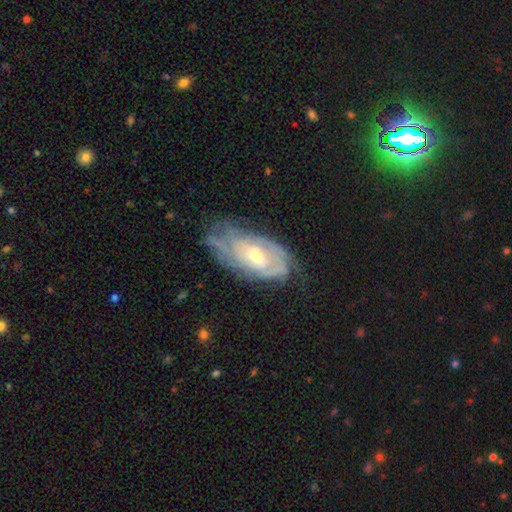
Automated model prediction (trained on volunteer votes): Smooth or featured: featured or disk — 79% (smooth — 15%)
Edge-on disk: no — 93% (yes — 7%)
Bar: no — 50% (weak — 40%)
Spiral arms: yes — 89% (no — 11%)
Spiral winding: tight — 66% (medium — 26%)
Spiral arm count: can't tell — 53% (2 — 18%)
Bulge size: small — 51% (moderate — 44%)
Merging: none — 60% (minor disturbance — 26%)